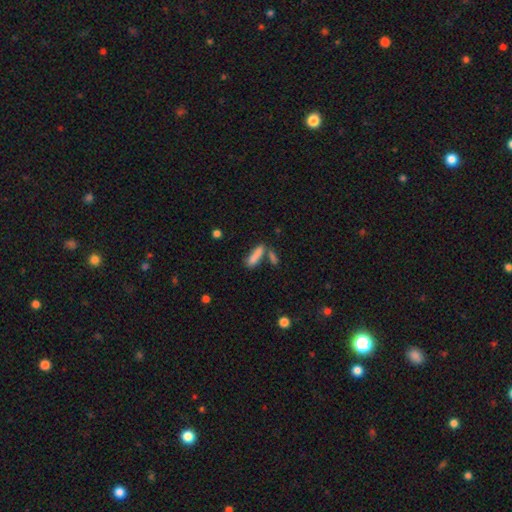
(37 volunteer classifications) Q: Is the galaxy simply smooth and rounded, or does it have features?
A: smooth — 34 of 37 (92%).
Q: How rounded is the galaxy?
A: cigar-shaped — 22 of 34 (65%).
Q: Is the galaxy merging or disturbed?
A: none — 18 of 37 (49%).